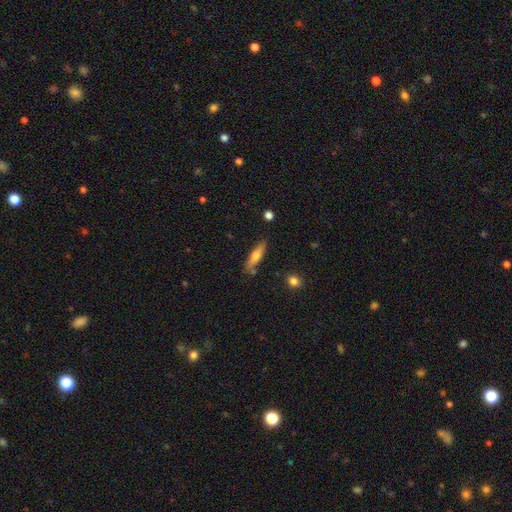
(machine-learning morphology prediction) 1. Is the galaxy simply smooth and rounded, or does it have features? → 61% smooth, 33% featured or disk, 7% star or artifact.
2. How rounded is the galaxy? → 74% cigar-shaped, 24% in between, 2% round.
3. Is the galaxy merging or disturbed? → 75% none, 16% minor disturbance, 5% merger, 3% major disturbance.